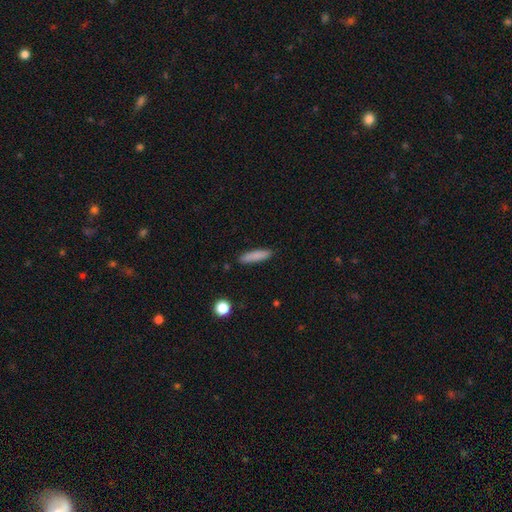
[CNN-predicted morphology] This appears to be a smooth galaxy with no disk features (83%) that is cigar-shaped (79%). Merging: none (87%).